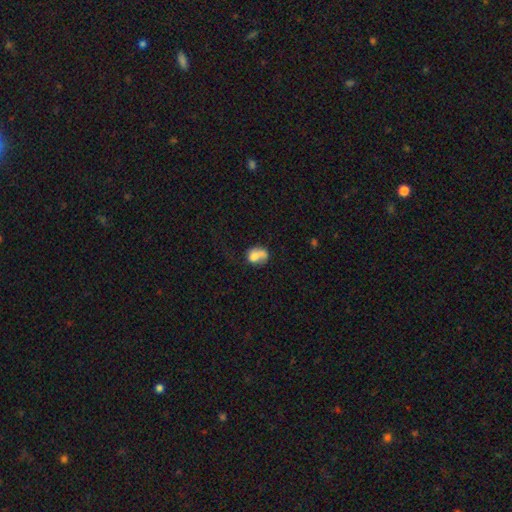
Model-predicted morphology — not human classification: This appears to be a smooth galaxy with no disk features (69%) that is in between round and cigar-shaped (55%). Merging: merger (37%).